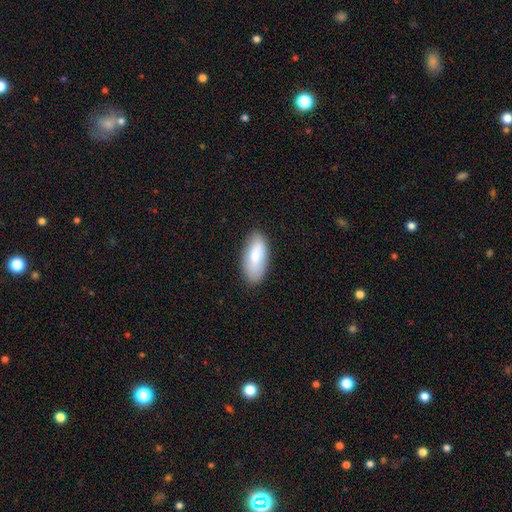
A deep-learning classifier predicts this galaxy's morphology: This is likely a smooth galaxy (80%). How rounded: clearly in between (85%). Merging: clearly none (85%).